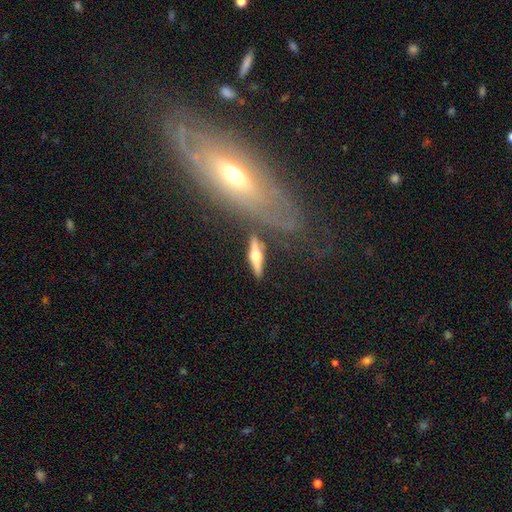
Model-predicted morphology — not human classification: Overall: featured or disk (60%; smooth 34%). Edge-on disk: yes (92%). Edge-on bulge: rounded (94%). Merging: none (77%).